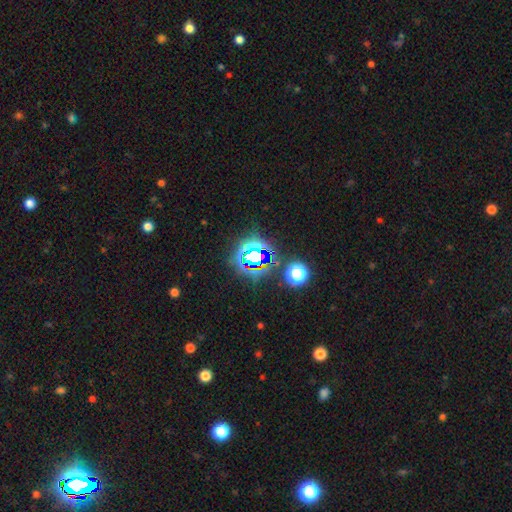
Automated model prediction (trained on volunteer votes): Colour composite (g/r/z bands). It shows a star or artifact, not a galaxy (71%).